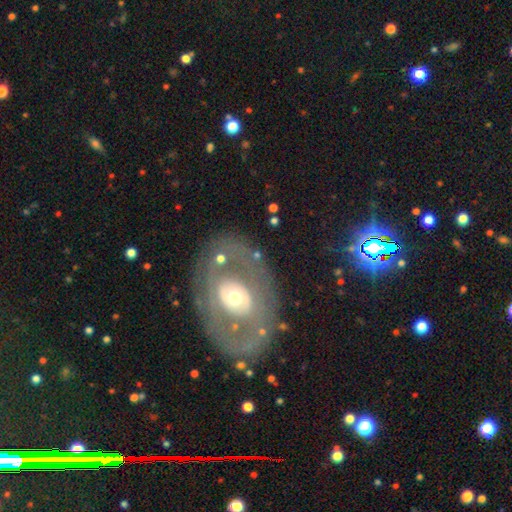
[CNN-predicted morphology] Smooth or featured: featured or disk — 64% (smooth — 29%)
Edge-on disk: no — 94% (yes — 6%)
Bar: no — 80% (weak — 14%)
Spiral arms: no — 69% (yes — 31%)
Bulge size: moderate — 64% (small — 20%)
Merging: none — 71% (minor disturbance — 14%)